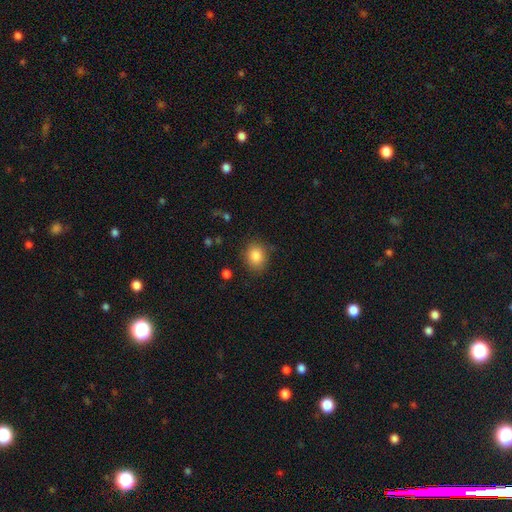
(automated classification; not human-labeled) Overall: smooth (85%). How rounded: round (57%; in between 42%). Merging: none (80%).